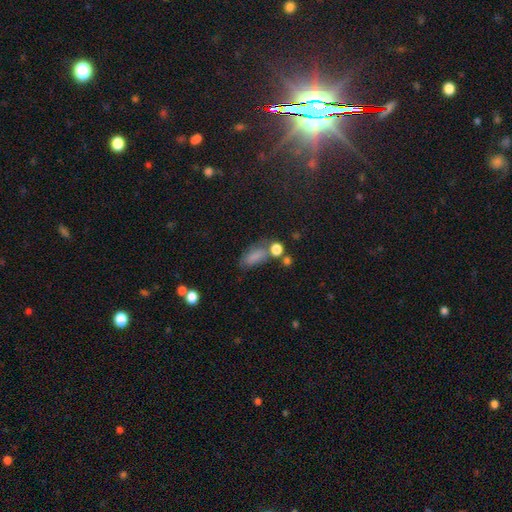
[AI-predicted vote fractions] Smooth or featured? Predicted: smooth (p=0.76). How rounded? Predicted: in between (p=0.82). Merging? Predicted: none (p=0.49).